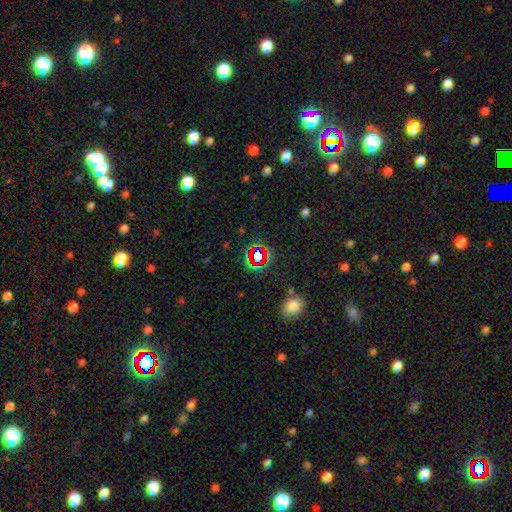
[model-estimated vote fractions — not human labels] star or artifact 64%, smooth 25%, featured or disk 10%.